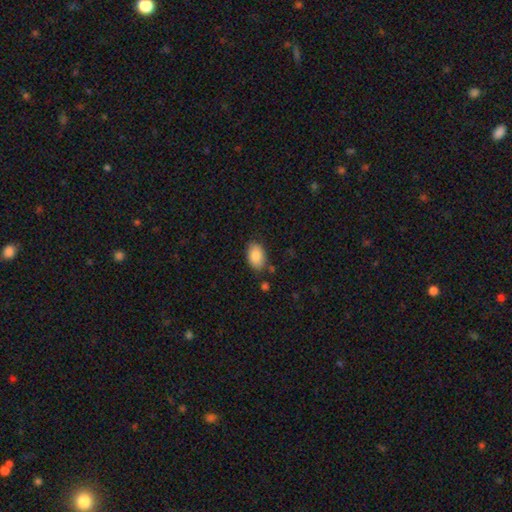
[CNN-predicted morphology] The model was most divided on "merging": none: 80%, minor disturbance: 14%, major disturbance: 3%, merger: 3%. More confident: how rounded — in between (90%); smooth or featured — smooth (87%).